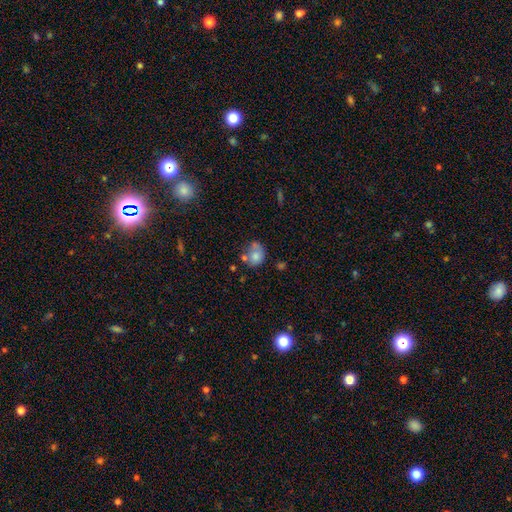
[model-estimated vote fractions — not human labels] This is likely a smooth galaxy (70%). How rounded: possibly round (56%). Merging: marginally none (39%).